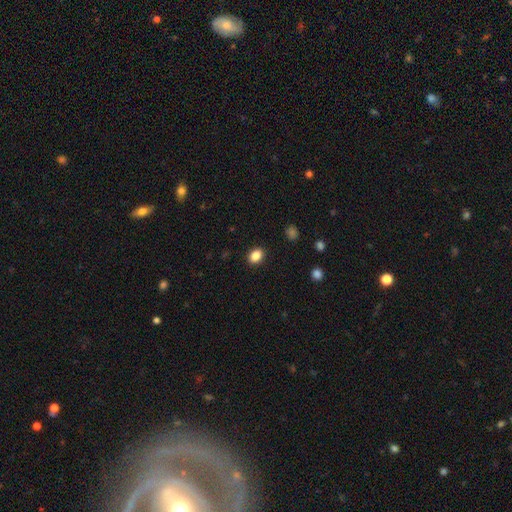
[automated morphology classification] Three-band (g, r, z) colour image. It shows a smooth galaxy with no disk features (86%) that is in between round and cigar-shaped (59%). Merging: none (90%).